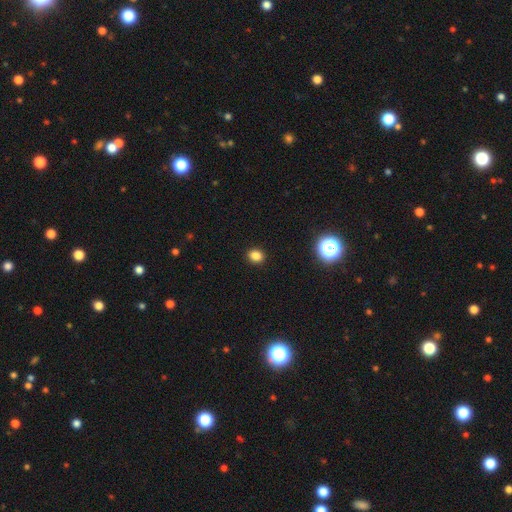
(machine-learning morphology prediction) Smooth or featured? smooth (84%)
How rounded? round (57%)
Merging? none (91%)